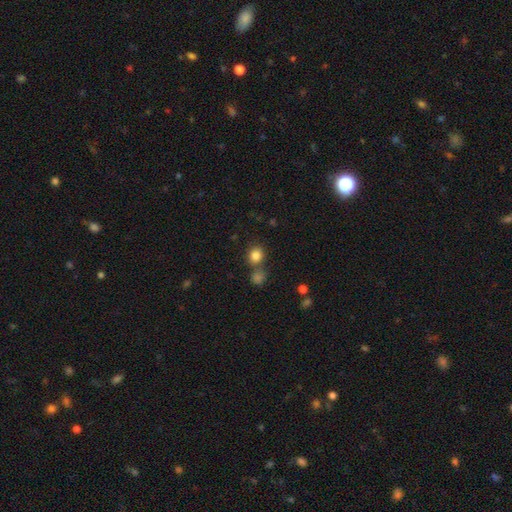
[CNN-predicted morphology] Smooth or featured? smooth (83%)
How rounded? round (75%)
Merging? none (65%)